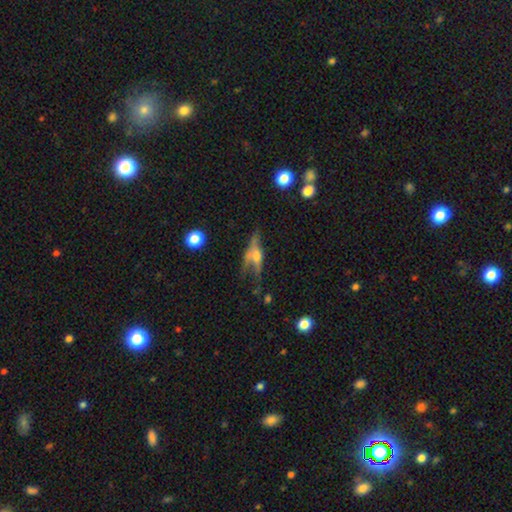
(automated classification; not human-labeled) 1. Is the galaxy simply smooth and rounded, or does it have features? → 53% featured or disk, 35% smooth, 12% star or artifact.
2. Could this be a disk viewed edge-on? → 58% yes, 42% no.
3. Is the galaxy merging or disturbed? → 36% none, 32% major disturbance, 21% minor disturbance, 11% merger.